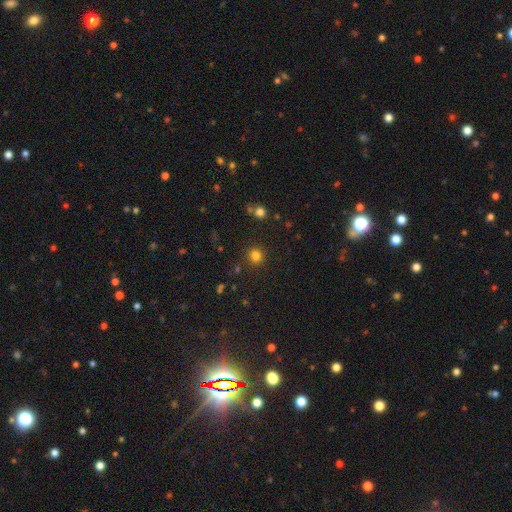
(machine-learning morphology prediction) The model was most divided on "smooth or featured": smooth: 80%, star or artifact: 16%, featured or disk: 5%. More confident: how rounded — round (92%); merging — none (89%).